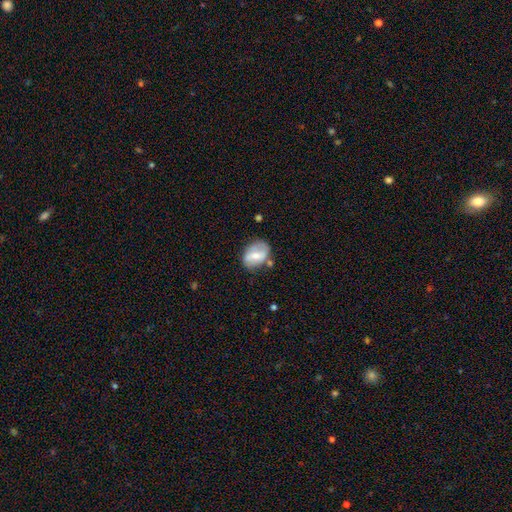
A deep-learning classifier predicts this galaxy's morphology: Smooth or featured? featured or disk (49%)
Merging? none (62%)